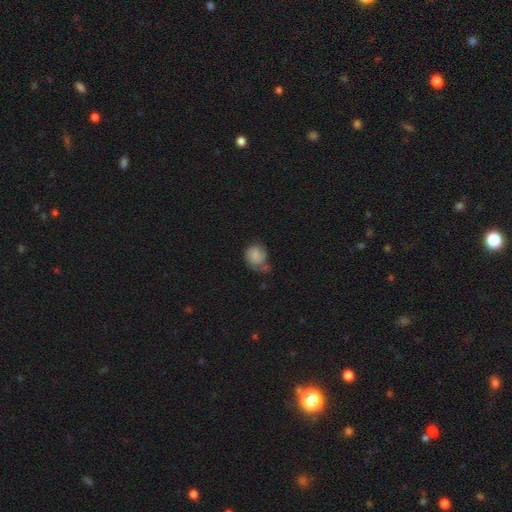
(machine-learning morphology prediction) Q: Smooth or featured?
A: smooth (65%); runner-up: featured or disk (26%)
Q: How rounded?
A: round (56%); runner-up: in between (43%)
Q: Merging?
A: minor disturbance (35%); runner-up: none (33%)